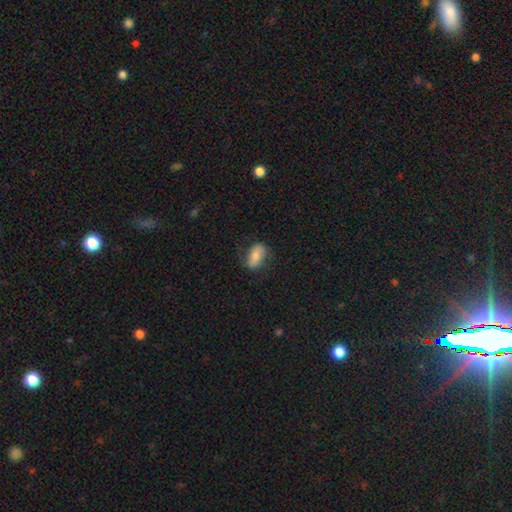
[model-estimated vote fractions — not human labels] Smooth or featured? smooth (65%)
How rounded? in between (87%)
Merging? none (70%)